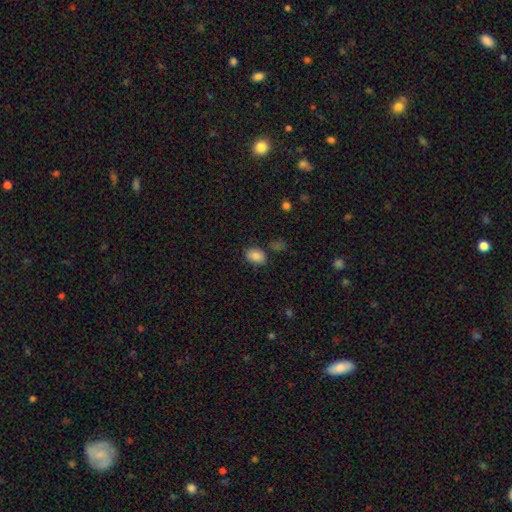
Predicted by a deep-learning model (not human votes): Smooth or featured? smooth (84%)
How rounded? in between (75%)
Merging? none (81%)